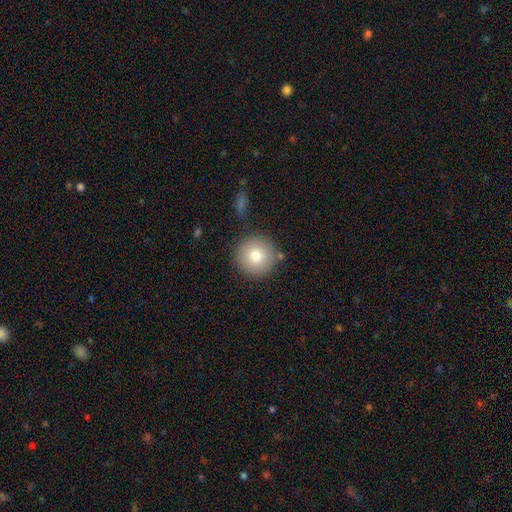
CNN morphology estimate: A smooth galaxy with no disk features (78%) that is round (96%).

Vote fractions:
- Smooth or featured? smooth: 78% / featured or disk: 13% / star or artifact: 10%
- How rounded? round: 96% / in between: 3% / cigar-shaped: 1%
- Merging? none: 84% / minor disturbance: 9% / merger: 4% / major disturbance: 3%